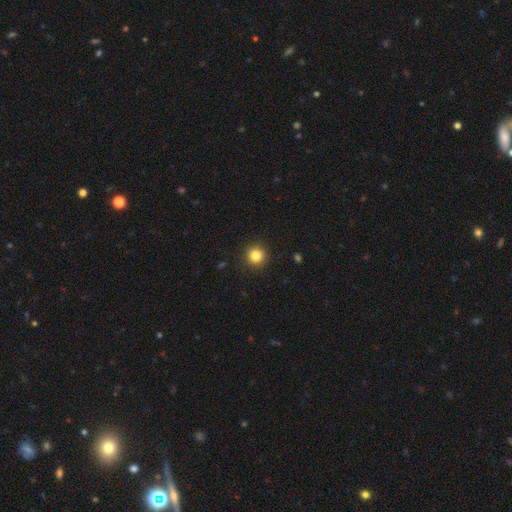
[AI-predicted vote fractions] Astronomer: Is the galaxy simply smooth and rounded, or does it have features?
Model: smooth — 83%.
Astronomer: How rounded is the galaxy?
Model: round — 95%.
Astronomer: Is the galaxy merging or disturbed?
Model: none — 92%.